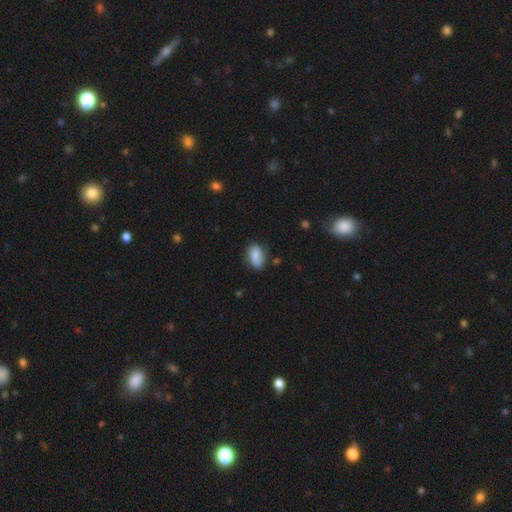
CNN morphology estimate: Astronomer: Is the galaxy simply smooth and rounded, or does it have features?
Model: smooth — 81%.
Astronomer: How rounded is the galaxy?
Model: in between — 91%.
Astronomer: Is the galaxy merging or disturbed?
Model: none — 67%.